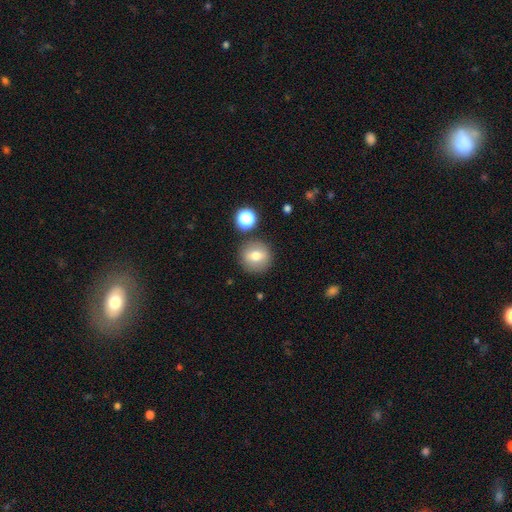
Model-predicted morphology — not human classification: This appears to be a smooth galaxy with no disk features (71%) that is round (91%). Merging: none (85%).